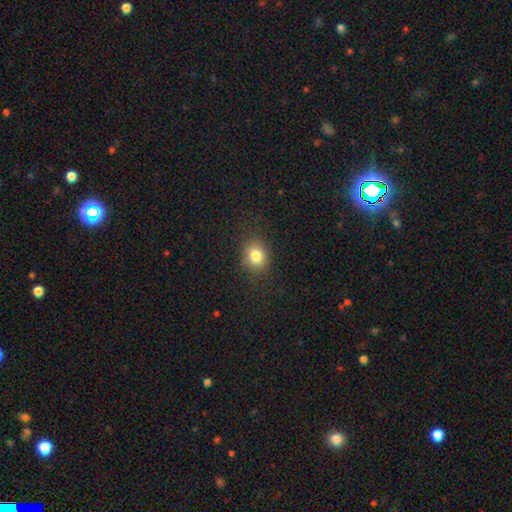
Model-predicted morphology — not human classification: type=smooth (82%); roundness=round (60%); merging=none (84%).